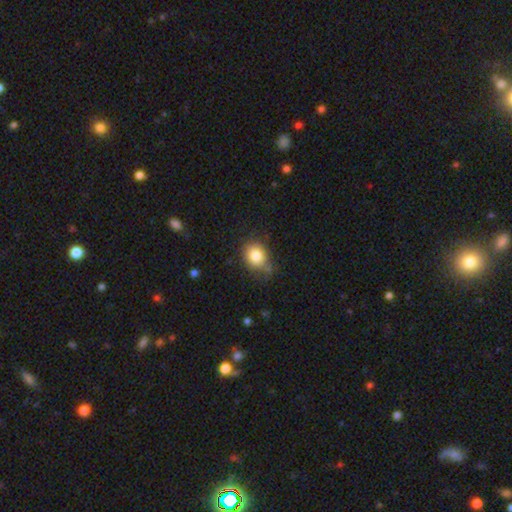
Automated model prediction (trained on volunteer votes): Morphology: type=smooth (82%); roundness=round (62%); merging=none (65%).